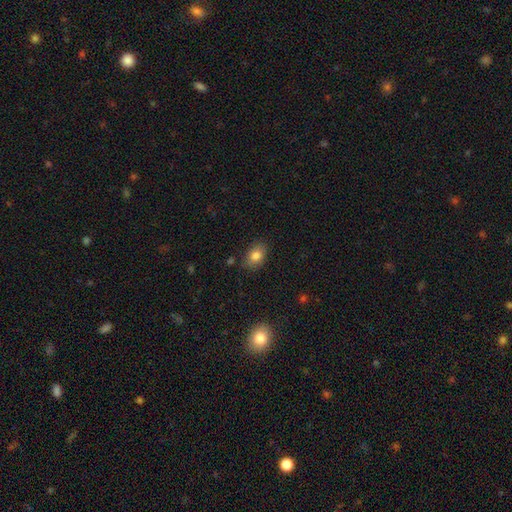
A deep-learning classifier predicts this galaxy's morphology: A smooth galaxy with no disk features (83%) that is in between round and cigar-shaped (79%).

Vote fractions:
- Smooth or featured? smooth: 83% / star or artifact: 9% / featured or disk: 8%
- How rounded? in between: 79% / round: 20% / cigar-shaped: 1%
- Merging? none: 83% / minor disturbance: 12% / major disturbance: 3% / merger: 2%